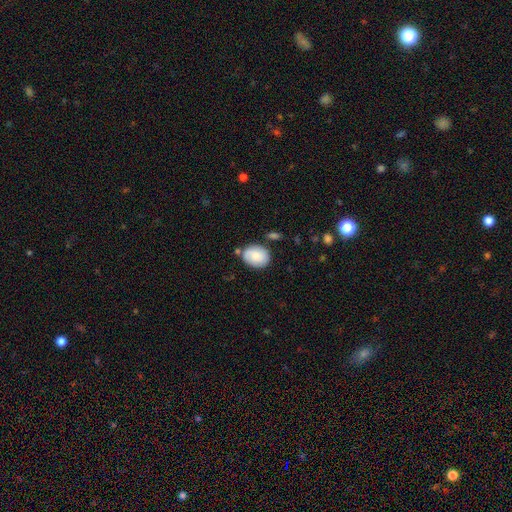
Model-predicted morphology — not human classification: This appears to be a smooth galaxy with no disk features (78%) that is in between round and cigar-shaped (54%). Merging: none (71%).